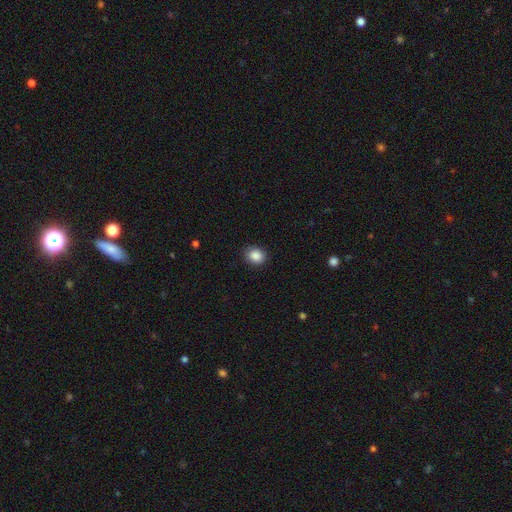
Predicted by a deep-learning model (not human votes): Overall: smooth (88%). How rounded: round (59%; in between 40%). Merging: none (85%).